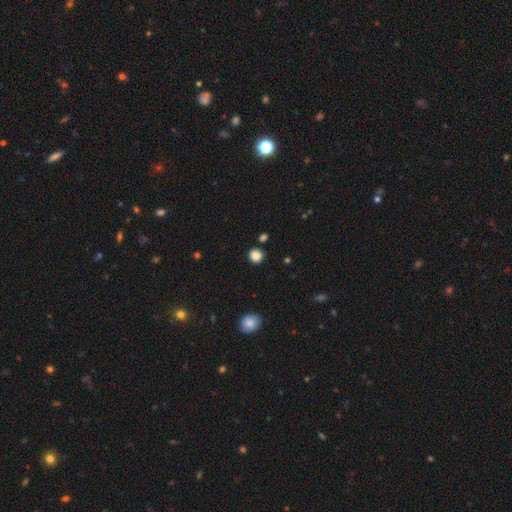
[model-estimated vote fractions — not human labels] The model was most divided on "how rounded": round: 86%, in between: 13%, cigar-shaped: 1%. More confident: merging — none (86%); smooth or featured — smooth (85%).